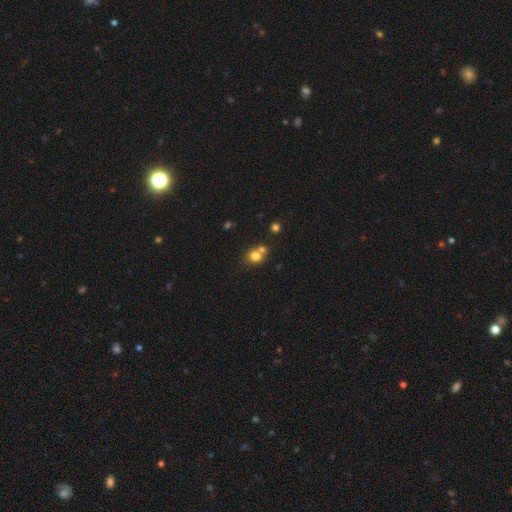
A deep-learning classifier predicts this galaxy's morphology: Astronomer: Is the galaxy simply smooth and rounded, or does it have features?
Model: smooth — 76%.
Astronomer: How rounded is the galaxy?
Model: round — 77%.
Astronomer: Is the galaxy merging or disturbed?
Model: none — 50% (runner-up: merger, 39%).